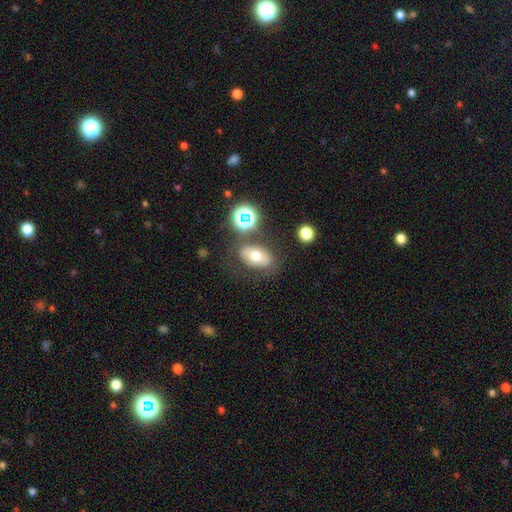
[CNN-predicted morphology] This appears to be a smooth galaxy with no disk features (61%) that is in between round and cigar-shaped (84%). Merging: none (70%).